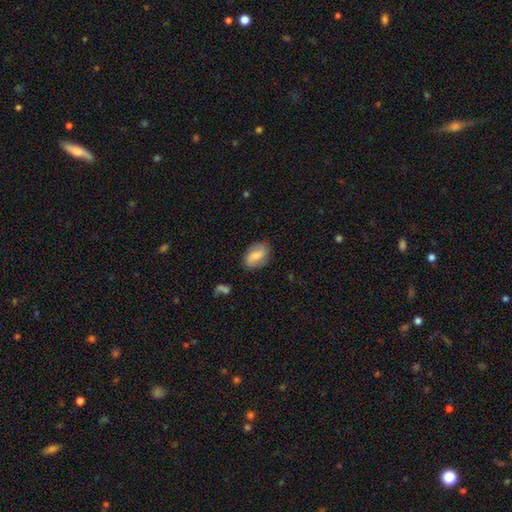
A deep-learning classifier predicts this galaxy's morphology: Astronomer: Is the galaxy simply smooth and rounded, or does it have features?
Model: smooth — 60%.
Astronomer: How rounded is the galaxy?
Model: in between — 84%.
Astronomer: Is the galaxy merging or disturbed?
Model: none — 80%.